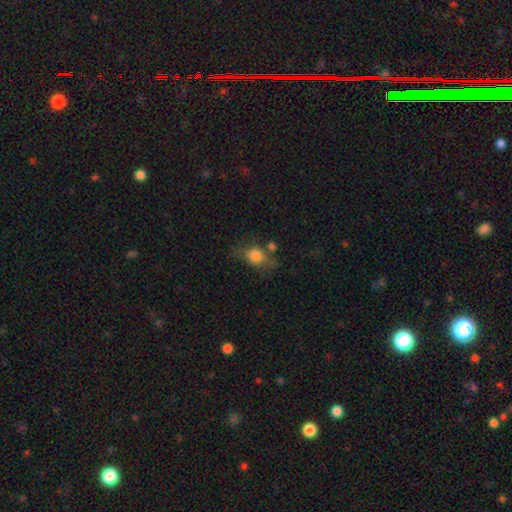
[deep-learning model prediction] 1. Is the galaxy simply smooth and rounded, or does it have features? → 70% smooth, 20% featured or disk, 10% star or artifact.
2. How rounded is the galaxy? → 54% in between, 42% round, 4% cigar-shaped.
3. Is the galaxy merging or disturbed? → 49% none, 25% minor disturbance, 15% major disturbance, 11% merger.